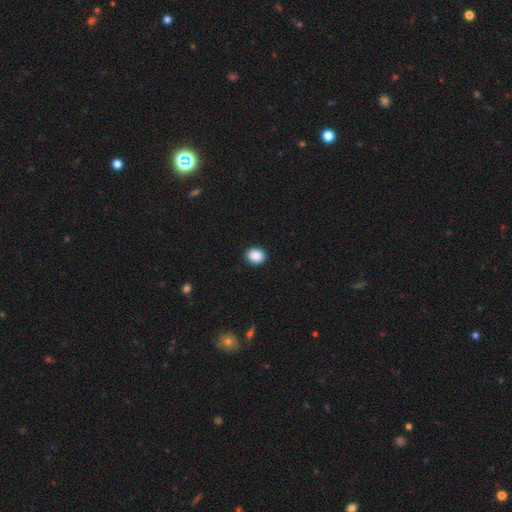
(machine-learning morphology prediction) Overall: smooth (90%). How rounded: round (60%; in between 39%). Merging: none (92%).